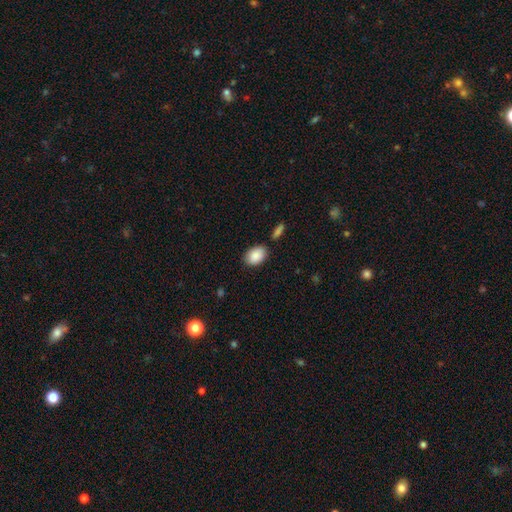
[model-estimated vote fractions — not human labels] smooth_or_featured: smooth (p=0.89) [alt: star or artifact p=0.06]
how_rounded: in between (p=0.85) [alt: round p=0.14]
merging: none (p=0.79) [alt: minor disturbance p=0.13]